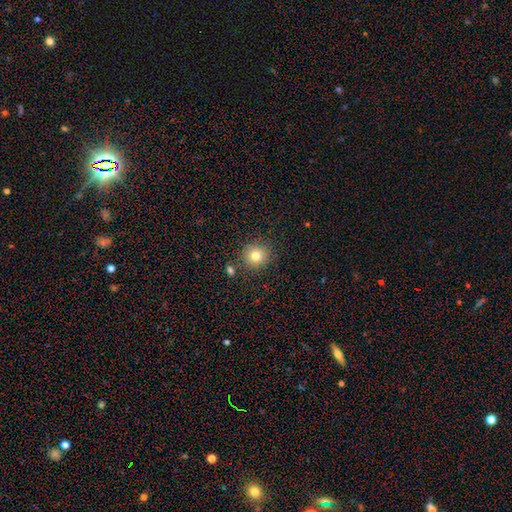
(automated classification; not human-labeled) Morphology: type=smooth (79%); roundness=round (92%); merging=none (85%).